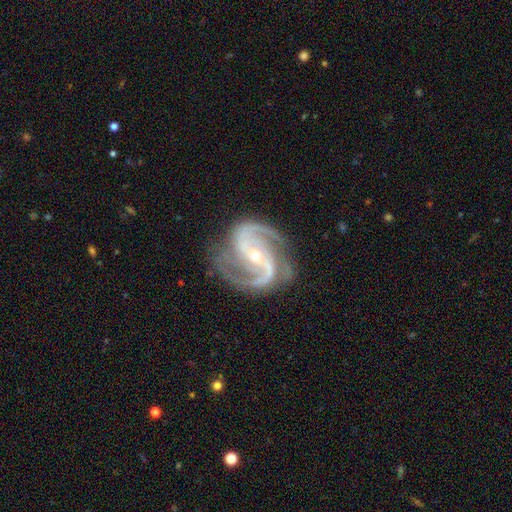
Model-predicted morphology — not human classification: This appears to be a featured or disk galaxy (93%) with a strong bar (34%), 2 (70%) medium (61%) spiral arms (99%) and a small central bulge (65%). Merging: none (76%).